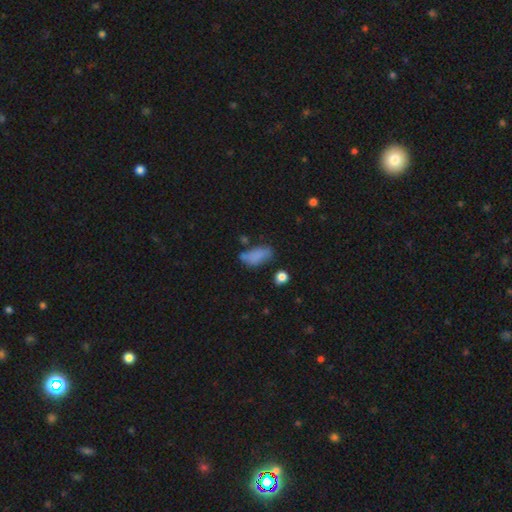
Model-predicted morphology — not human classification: Overall: smooth (78%). How rounded: in between (85%). Merging: none (52%; minor disturbance 26%).